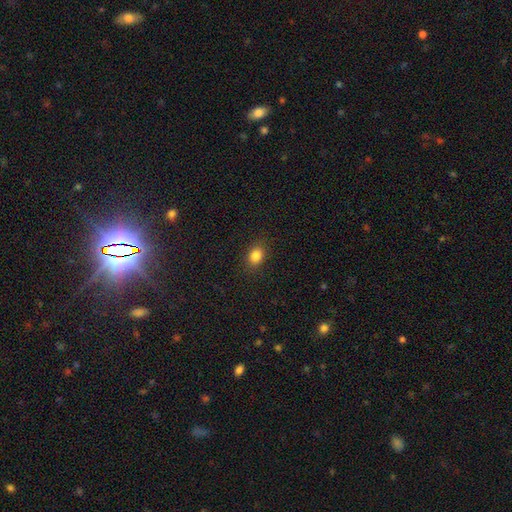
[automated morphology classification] The model was most divided on "how rounded": in between: 63%, round: 36%, cigar-shaped: 1%. More confident: merging — none (87%); smooth or featured — smooth (84%).